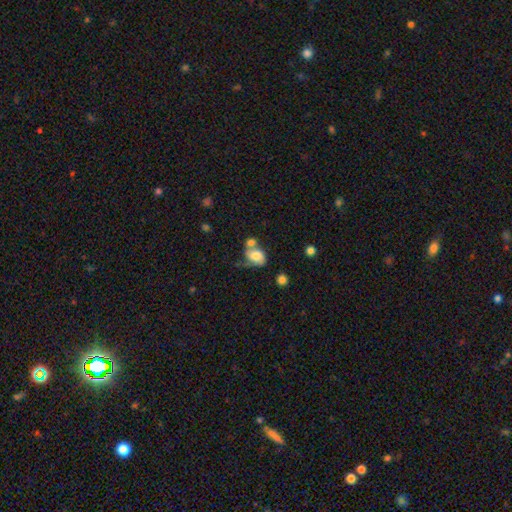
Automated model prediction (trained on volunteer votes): Smooth or featured?
  - smooth: 58% *
  - featured or disk: 33%
  - star or artifact: 9%
How rounded?
  - in between: 65% *
  - round: 34%
  - cigar-shaped: 1%
Merging?
  - merger: 40% *
  - none: 25%
  - minor disturbance: 18%
  - major disturbance: 16%